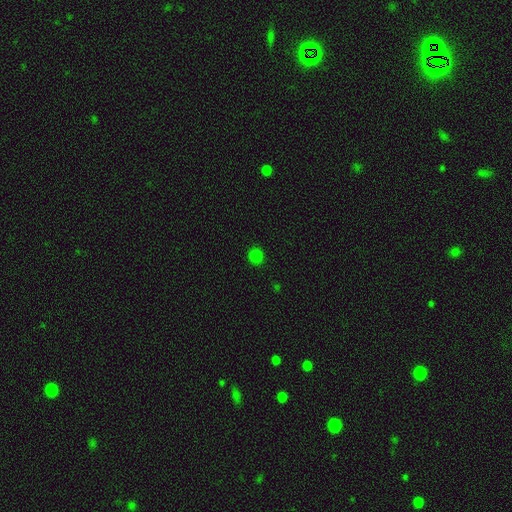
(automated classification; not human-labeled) Q: Smooth or featured?
A: smooth (81%); runner-up: star or artifact (16%)
Q: How rounded?
A: round (89%); runner-up: in between (10%)
Q: Merging?
A: none (90%); runner-up: minor disturbance (6%)